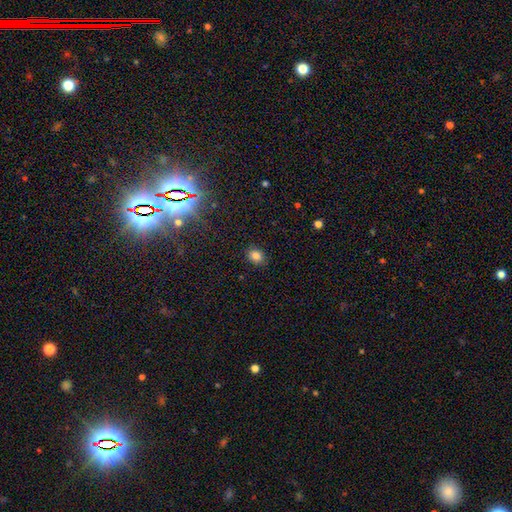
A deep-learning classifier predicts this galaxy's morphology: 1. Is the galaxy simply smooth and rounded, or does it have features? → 82% smooth, 12% star or artifact, 6% featured or disk.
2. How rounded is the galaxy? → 50% round, 49% in between, 1% cigar-shaped.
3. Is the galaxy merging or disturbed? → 88% none, 8% minor disturbance, 2% major disturbance, 1% merger.